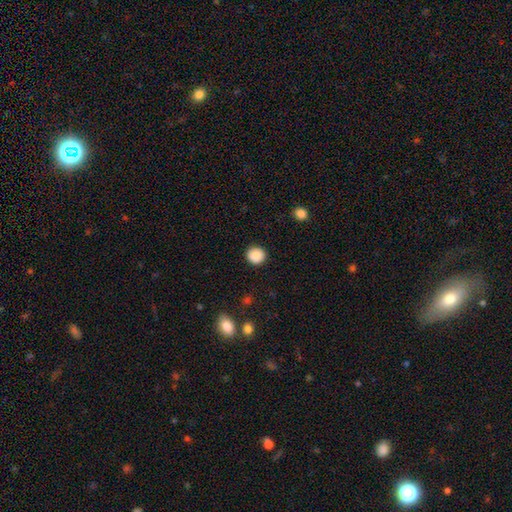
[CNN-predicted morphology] Smooth or featured? Predicted: smooth (p=0.89). How rounded? Predicted: round (p=0.92). Merging? Predicted: none (p=0.91).